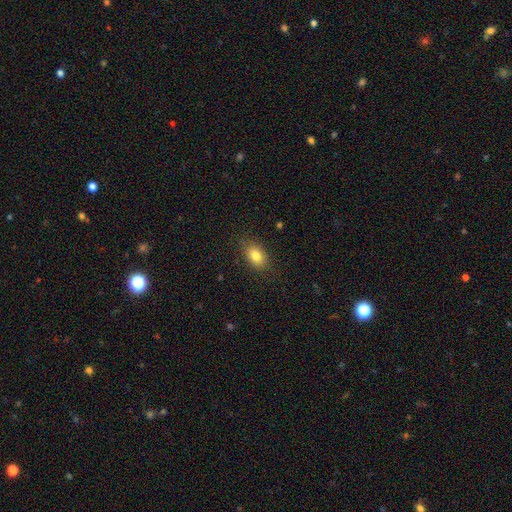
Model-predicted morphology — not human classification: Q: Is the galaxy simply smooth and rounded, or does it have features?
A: smooth — 81%.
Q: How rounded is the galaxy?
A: in between — 84%.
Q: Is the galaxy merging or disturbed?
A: none — 83%.